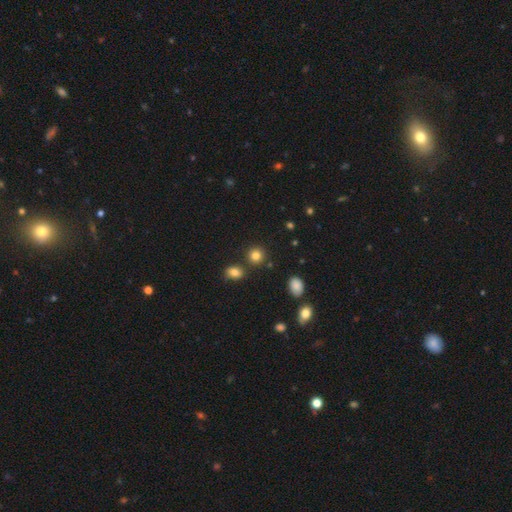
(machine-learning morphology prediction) smooth 83%, star or artifact 12%, featured or disk 5%. Down the decision tree: how rounded — round (87%); merging — none (83%).